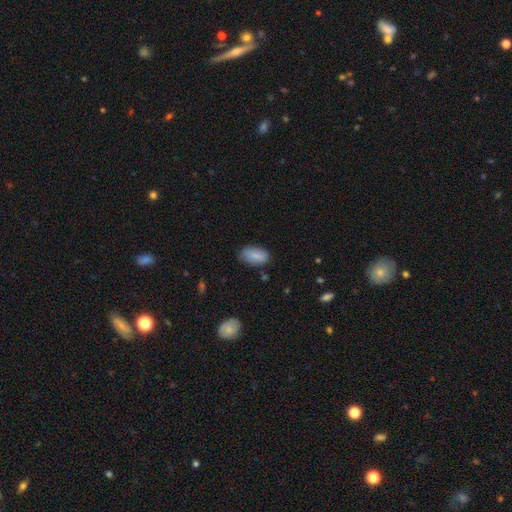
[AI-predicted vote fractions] A smooth galaxy with no disk features (84%) that is in between round and cigar-shaped (93%).

Vote fractions:
- Smooth or featured? smooth: 84% / featured or disk: 10% / star or artifact: 7%
- How rounded? in between: 93% / cigar-shaped: 4% / round: 4%
- Merging? none: 76% / minor disturbance: 19% / major disturbance: 4% / merger: 2%